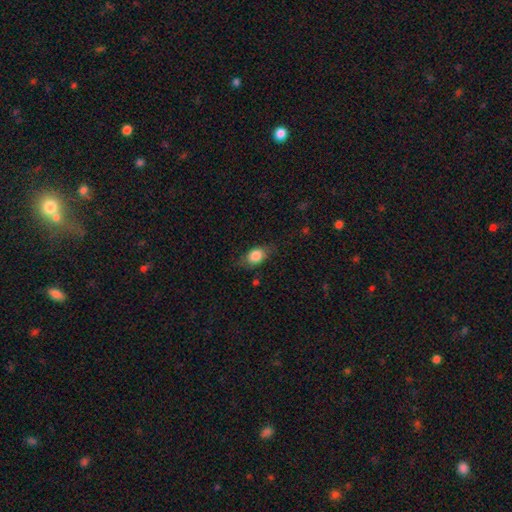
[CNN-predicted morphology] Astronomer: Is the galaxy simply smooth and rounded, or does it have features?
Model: smooth — 81%.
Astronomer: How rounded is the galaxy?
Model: in between — 67%.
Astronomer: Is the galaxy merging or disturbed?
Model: none — 71%.